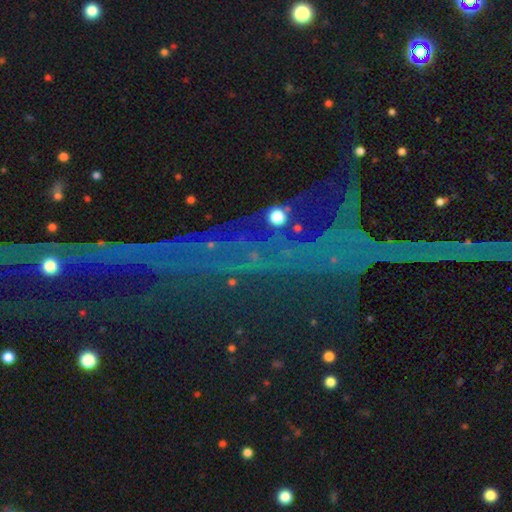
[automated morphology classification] Smooth or featured?
  - star or artifact: 78% *
  - featured or disk: 13%
  - smooth: 10%